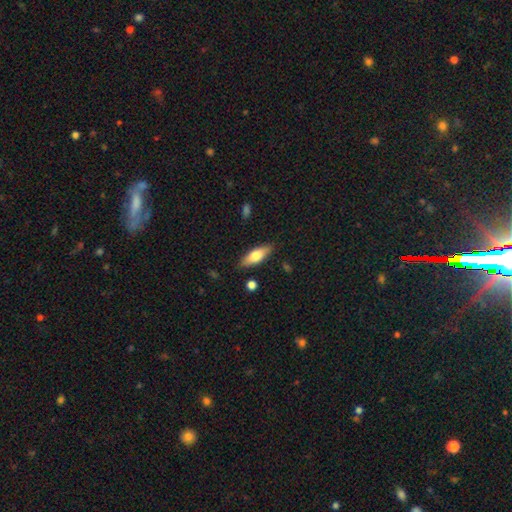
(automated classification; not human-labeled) Smooth or featured?
  - smooth: 67% *
  - featured or disk: 27%
  - star or artifact: 6%
How rounded?
  - in between: 63% *
  - cigar-shaped: 35%
  - round: 2%
Merging?
  - none: 85% *
  - minor disturbance: 11%
  - major disturbance: 2%
  - merger: 2%